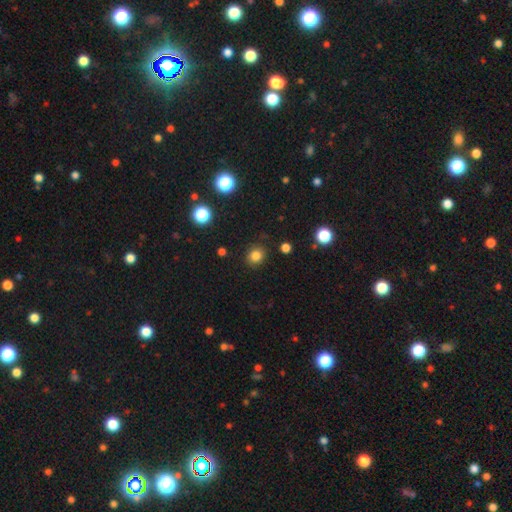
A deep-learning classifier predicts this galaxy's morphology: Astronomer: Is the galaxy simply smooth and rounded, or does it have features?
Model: smooth — 82%.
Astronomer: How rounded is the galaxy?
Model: round — 74%.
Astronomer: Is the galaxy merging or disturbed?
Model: none — 87%.